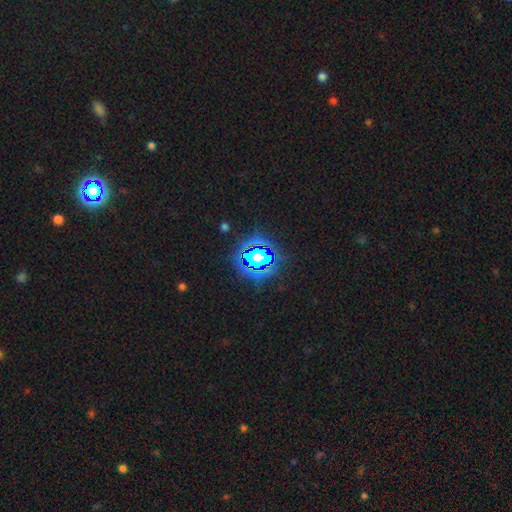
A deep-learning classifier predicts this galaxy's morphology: Q: Smooth or featured?
A: star or artifact (63%); runner-up: smooth (26%)